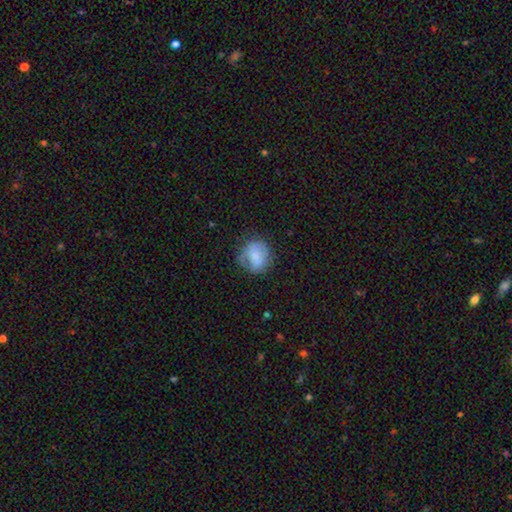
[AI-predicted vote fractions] Smooth or featured: smooth — 65% (featured or disk — 26%)
How rounded: round — 73% (in between — 26%)
Merging: none — 59% (minor disturbance — 25%)